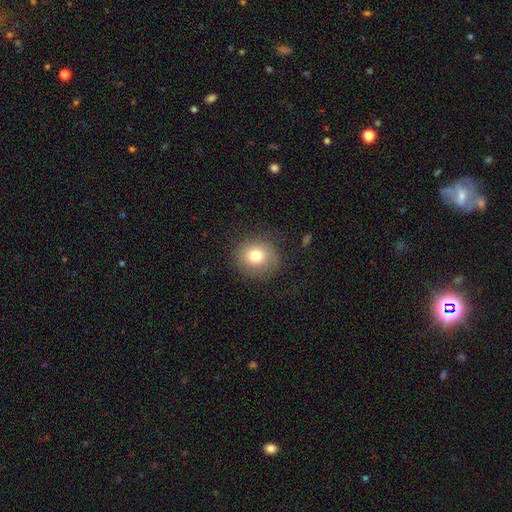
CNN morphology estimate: Smooth or featured?
  - smooth: 78% *
  - featured or disk: 12%
  - star or artifact: 11%
How rounded?
  - round: 84% *
  - in between: 15%
  - cigar-shaped: 1%
Merging?
  - none: 83% *
  - minor disturbance: 12%
  - major disturbance: 5%
  - merger: 1%